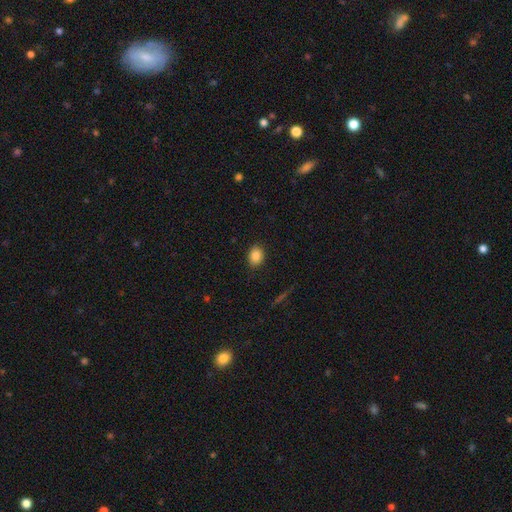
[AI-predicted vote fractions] smooth-or-featured: smooth: 85% | star or artifact: 9% | featured or disk: 6%
  how-rounded: in between: 60% | round: 38% | cigar-shaped: 1%
  merging: none: 86% | minor disturbance: 10% | major disturbance: 2% | merger: 1%